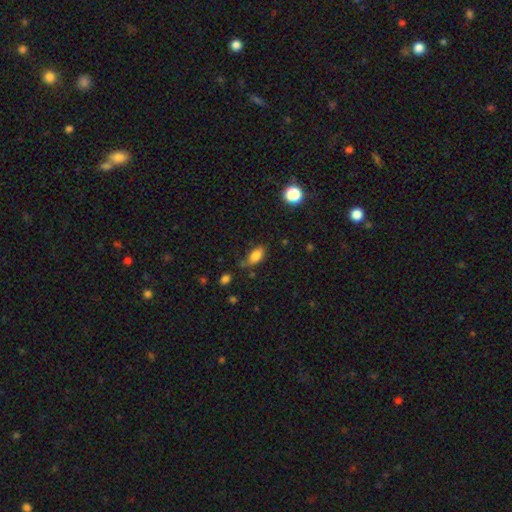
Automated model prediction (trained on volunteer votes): Smooth or featured? Predicted: smooth (p=0.80). How rounded? Predicted: in between (p=0.87). Merging? Predicted: none (p=0.54).